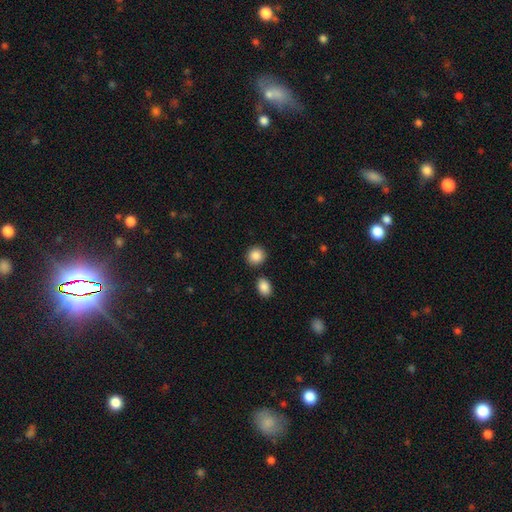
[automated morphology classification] This is clearly a smooth galaxy (89%). How rounded: clearly round (84%). Merging: clearly none (85%).